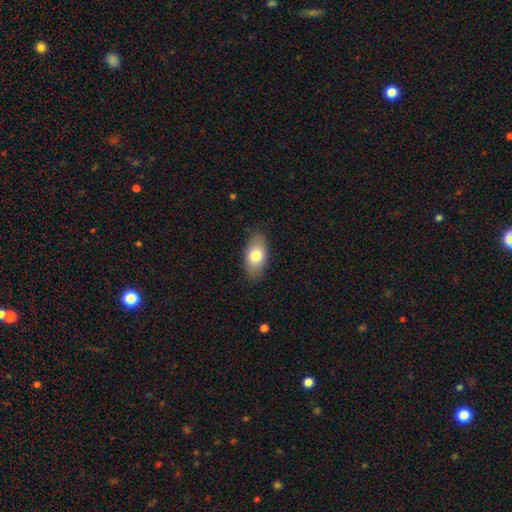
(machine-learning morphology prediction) This is likely a smooth galaxy (77%). How rounded: clearly in between (92%). Merging: clearly none (84%).